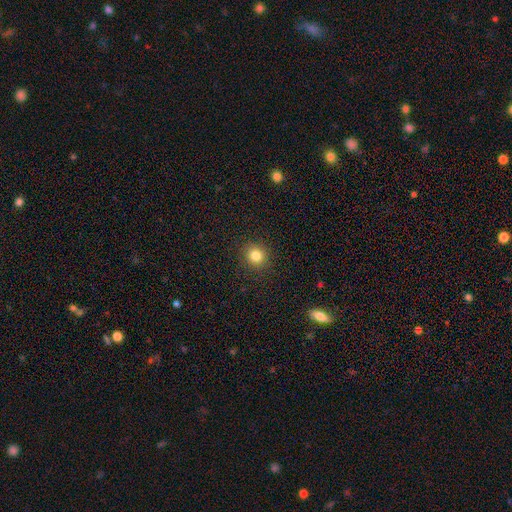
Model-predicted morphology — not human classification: A smooth galaxy with no disk features (82%) that is round (91%).

Vote fractions:
- Smooth or featured? smooth: 82% / star or artifact: 12% / featured or disk: 6%
- How rounded? round: 91% / in between: 8% / cigar-shaped: 1%
- Merging? none: 92% / minor disturbance: 5% / major disturbance: 2% / merger: 1%